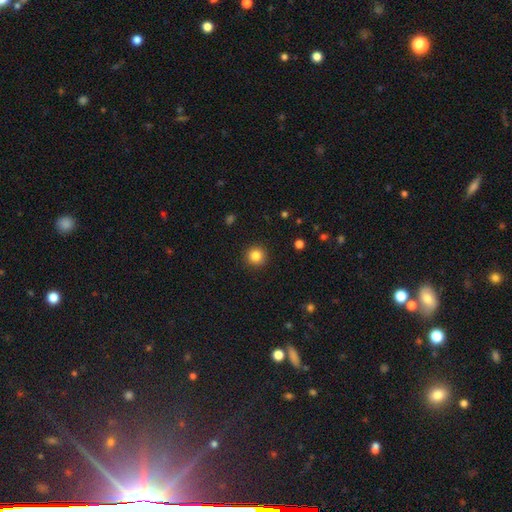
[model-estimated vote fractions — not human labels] This is clearly a smooth galaxy (84%). How rounded: clearly round (94%). Merging: clearly none (92%).